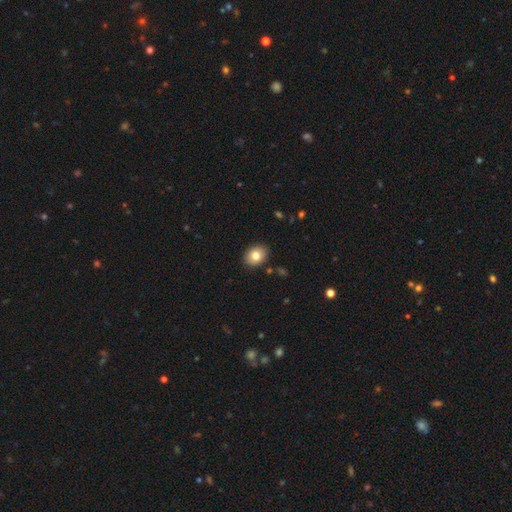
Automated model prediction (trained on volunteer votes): A smooth galaxy with no disk features (80%) that is in between round and cigar-shaped (60%). Merging: none (89%).